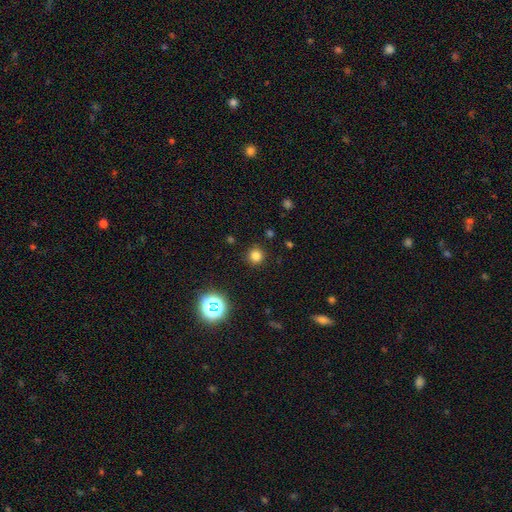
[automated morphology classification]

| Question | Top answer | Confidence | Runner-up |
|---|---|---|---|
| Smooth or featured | smooth | 78% | star or artifact (17%) |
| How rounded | round | 94% | in between (5%) |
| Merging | none | 90% | minor disturbance (6%) |